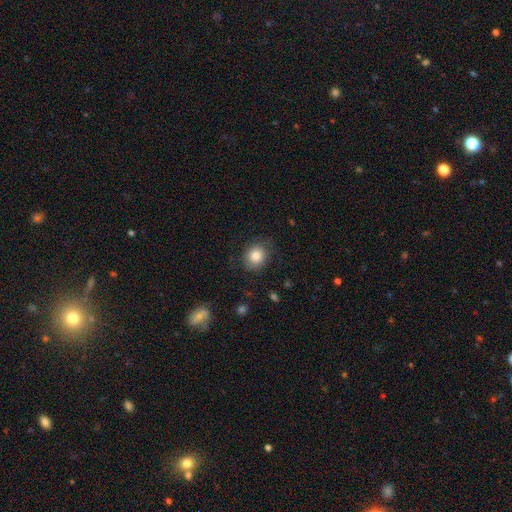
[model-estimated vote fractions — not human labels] Morphology: type=smooth (84%); roundness=round (72%); merging=none (80%).